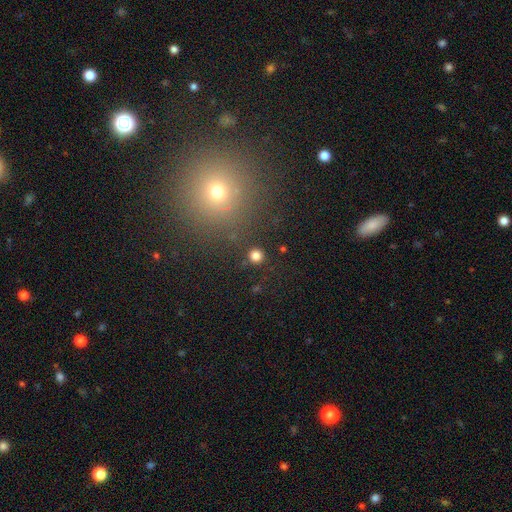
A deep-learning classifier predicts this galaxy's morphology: smooth_or_featured: smooth (p=0.80) [alt: star or artifact p=0.15]
how_rounded: round (p=0.94) [alt: in between p=0.05]
merging: none (p=0.88) [alt: minor disturbance p=0.06]